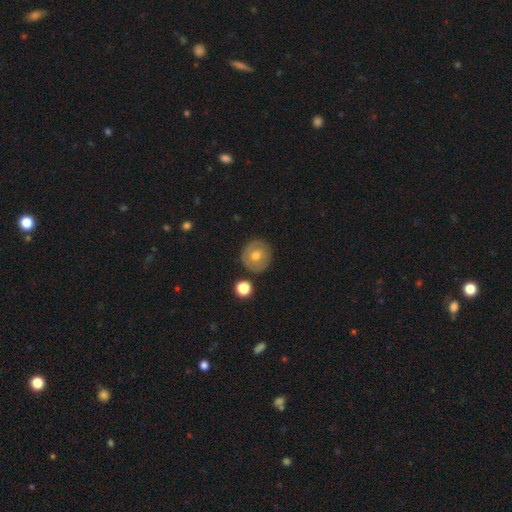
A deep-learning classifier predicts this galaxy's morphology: This is likely a smooth galaxy (62%). How rounded: clearly round (92%). Merging: clearly none (84%).